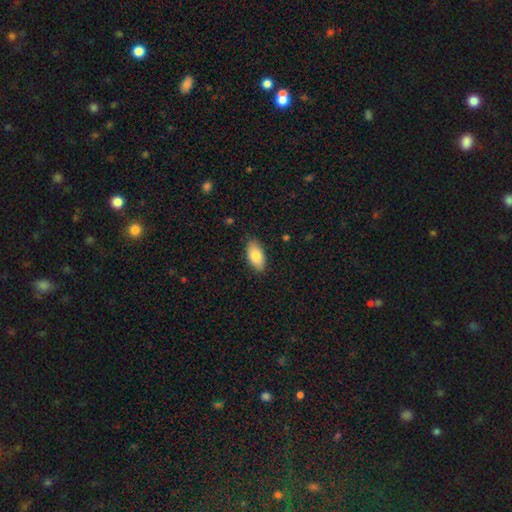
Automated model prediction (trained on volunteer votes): Morphology: type=smooth (81%); roundness=in between (93%); merging=none (87%).